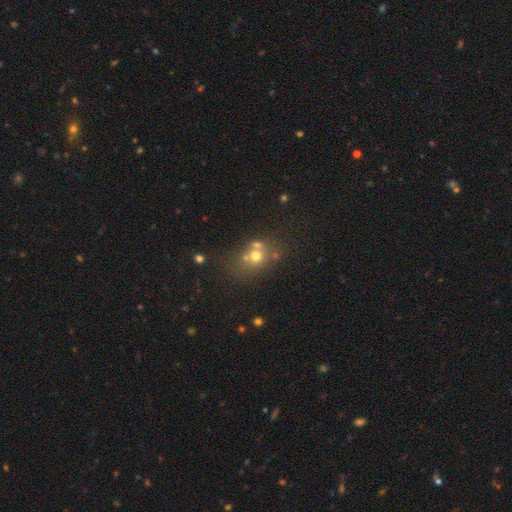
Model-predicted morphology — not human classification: smooth 61%, star or artifact 20%, featured or disk 19%. Down the decision tree: how rounded — round (67%); merging — none (48%).